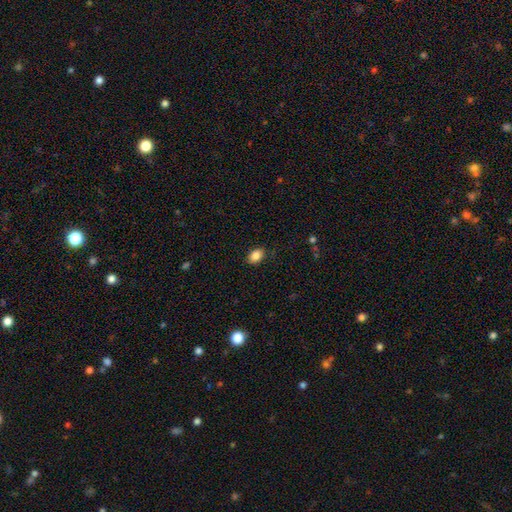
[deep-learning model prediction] smooth_or_featured: smooth (p=0.86) [alt: star or artifact p=0.08]
how_rounded: in between (p=0.85) [alt: round p=0.14]
merging: none (p=0.85) [alt: minor disturbance p=0.11]